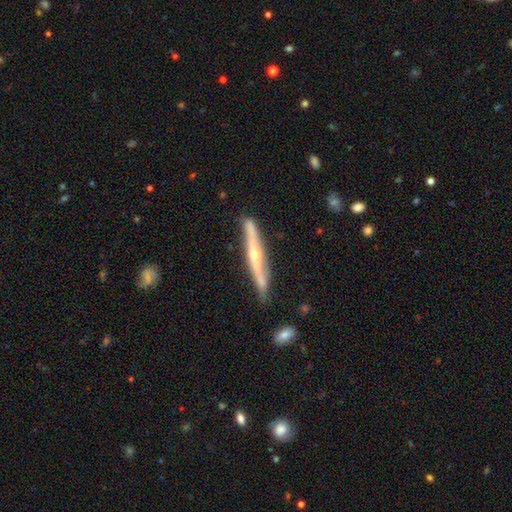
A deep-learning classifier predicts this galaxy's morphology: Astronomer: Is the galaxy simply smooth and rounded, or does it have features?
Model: featured or disk — 78%.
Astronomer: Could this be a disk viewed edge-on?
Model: yes — 92%.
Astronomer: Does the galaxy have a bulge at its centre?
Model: rounded — 86%.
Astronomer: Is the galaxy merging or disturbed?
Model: none — 82%.